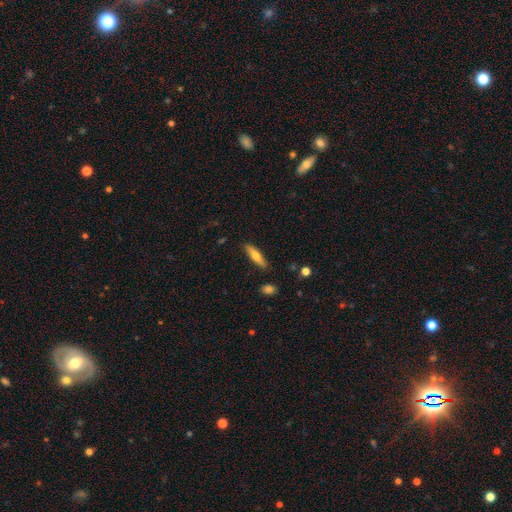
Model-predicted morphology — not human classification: This appears to be a smooth galaxy with no disk features (64%) that is cigar-shaped (71%). Merging: none (86%).